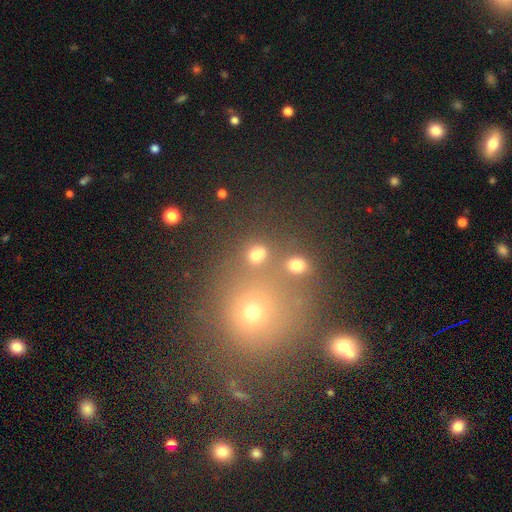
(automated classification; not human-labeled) This is likely a smooth galaxy (69%). How rounded: likely round (69%). Merging: likely none (61%).